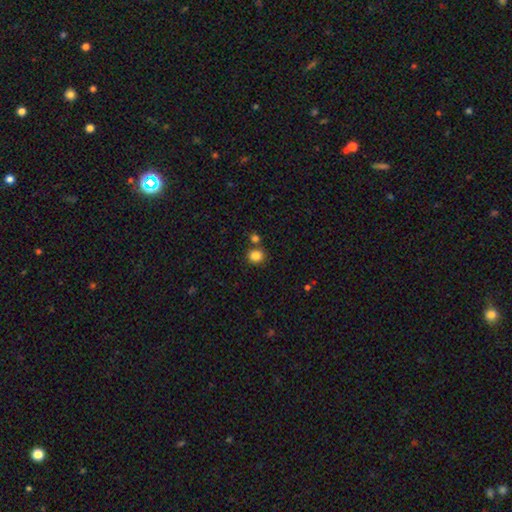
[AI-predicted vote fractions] Overall: smooth (84%). How rounded: round (85%). Merging: none (74%).